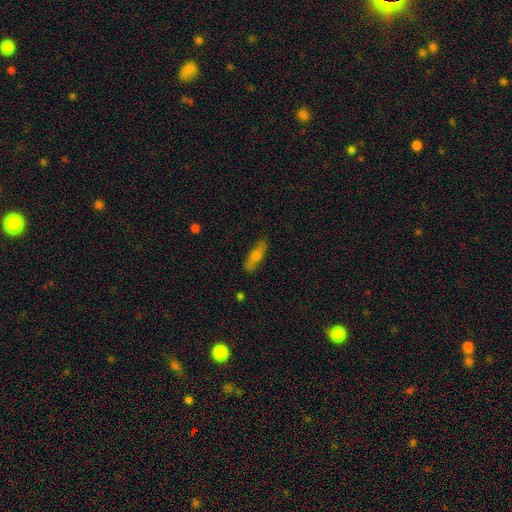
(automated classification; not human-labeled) The model was most divided on "how rounded": cigar-shaped: 60%, in between: 37%, round: 3%. More confident: merging — none (84%); smooth or featured — smooth (62%).